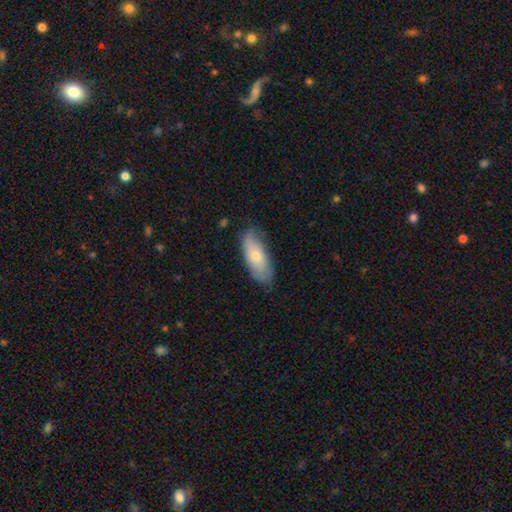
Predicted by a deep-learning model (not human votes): Smooth or featured? Predicted: smooth (p=0.65). How rounded? Predicted: in between (p=0.80). Merging? Predicted: none (p=0.70).